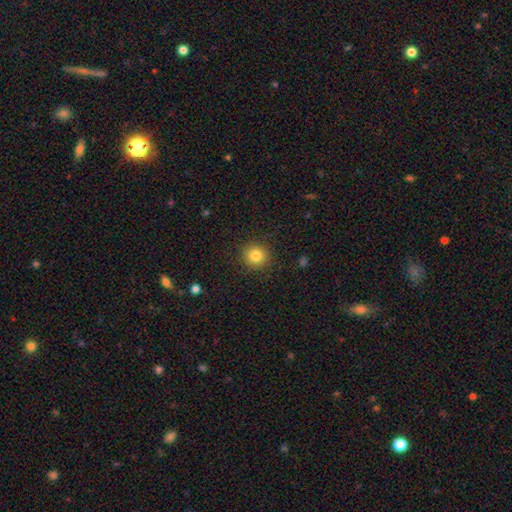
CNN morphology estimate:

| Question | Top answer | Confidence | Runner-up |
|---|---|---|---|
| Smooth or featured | smooth | 83% | star or artifact (11%) |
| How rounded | round | 92% | in between (7%) |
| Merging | none | 90% | minor disturbance (7%) |